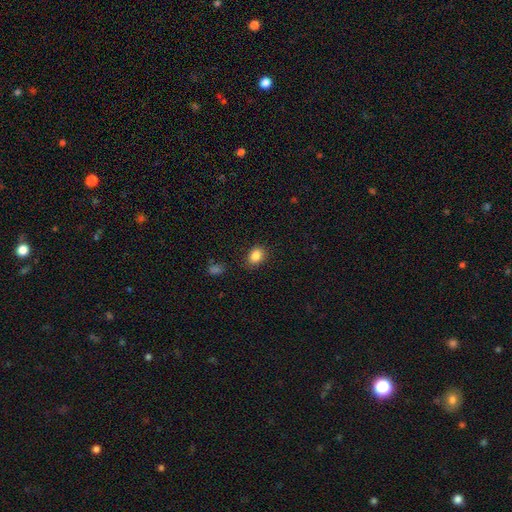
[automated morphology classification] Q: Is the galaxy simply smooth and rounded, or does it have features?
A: smooth — 85%.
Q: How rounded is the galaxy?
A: in between — 62%.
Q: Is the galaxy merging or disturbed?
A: none — 84%.